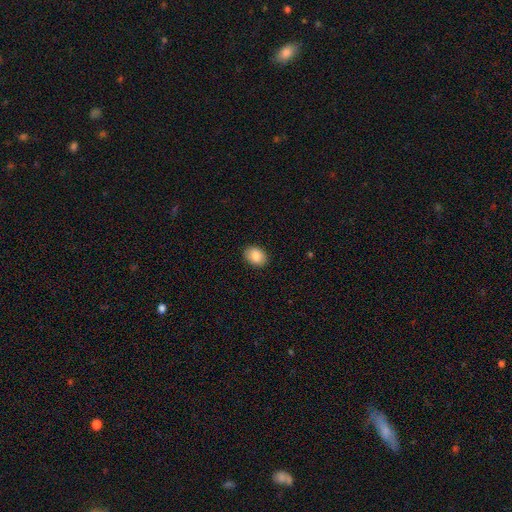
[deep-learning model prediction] This appears to be a smooth galaxy with no disk features (86%) that is in between round and cigar-shaped (68%). Merging: none (89%).